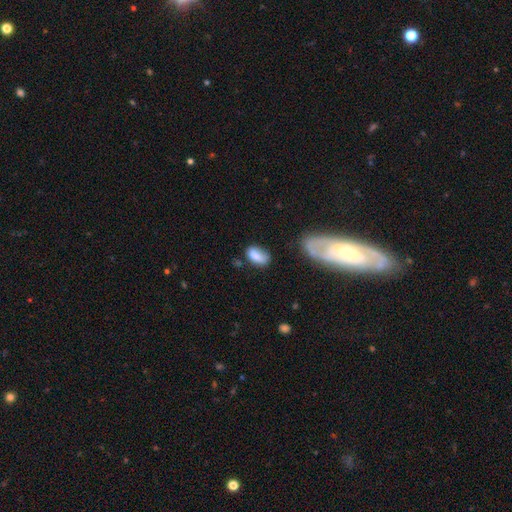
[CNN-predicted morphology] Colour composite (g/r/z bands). It shows a smooth galaxy with no disk features (82%) that is in between round and cigar-shaped (91%). Merging: none (53%).